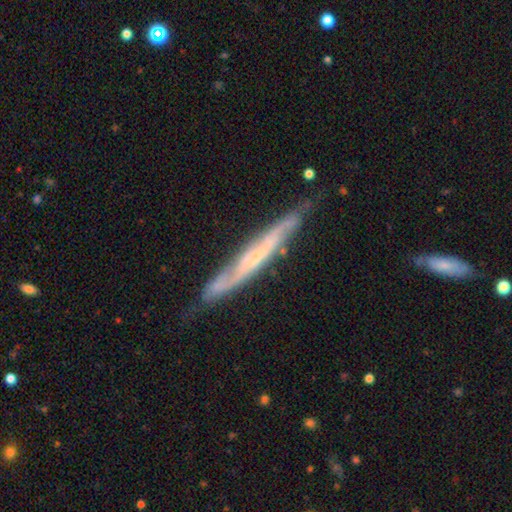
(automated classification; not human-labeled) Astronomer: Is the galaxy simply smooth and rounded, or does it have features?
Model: featured or disk — 72%.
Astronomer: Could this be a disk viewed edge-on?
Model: yes — 77%.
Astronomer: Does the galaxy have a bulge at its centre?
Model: none — 72%.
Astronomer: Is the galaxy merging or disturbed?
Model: none — 69%.